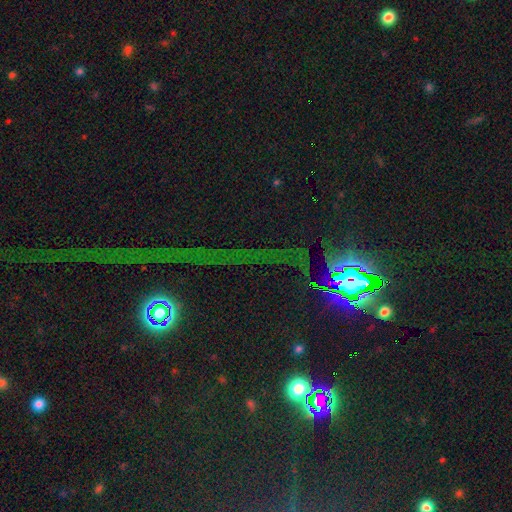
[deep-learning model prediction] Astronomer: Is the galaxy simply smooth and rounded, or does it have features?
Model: star or artifact — 83%.